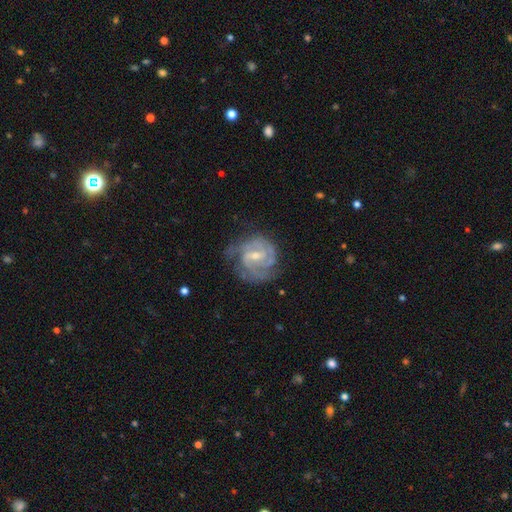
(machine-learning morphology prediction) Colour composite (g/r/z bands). It shows a featured or disk galaxy (88%) with a weak bar (58%), 2 (42%) tight (56%) spiral arms (97%) and a small central bulge (58%). Merging: none (63%).